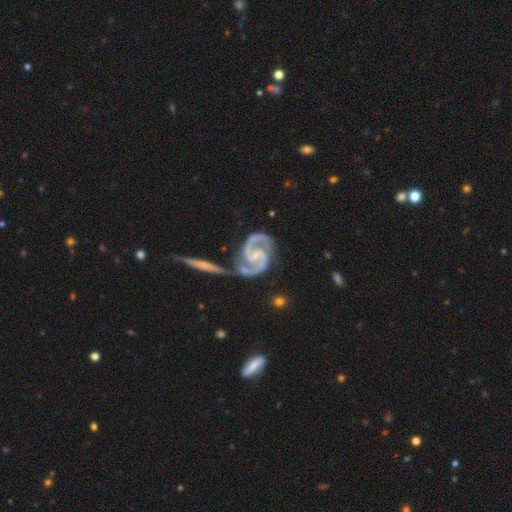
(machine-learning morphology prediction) featured or disk 94%, star or artifact 3%, smooth 3%. Down the decision tree: edge-on disk — no (98%); bar — weak (41%); spiral arms — yes (99%); spiral arm count — 2 (94%); spiral winding — medium (64%); bulge size — small (60%); merging — none (50%).